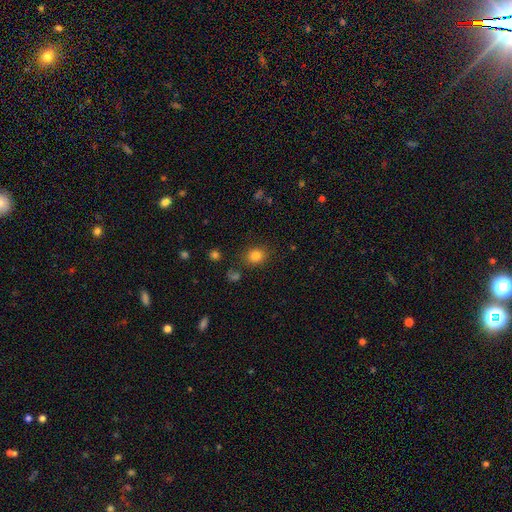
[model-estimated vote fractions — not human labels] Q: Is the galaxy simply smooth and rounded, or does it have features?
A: smooth — 83%.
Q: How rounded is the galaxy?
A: round — 62%.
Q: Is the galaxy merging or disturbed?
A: none — 84%.